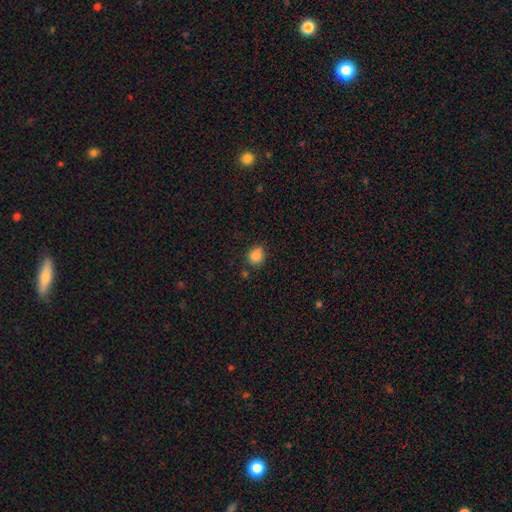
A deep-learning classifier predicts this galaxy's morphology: smooth_or_featured: smooth (p=0.85) [alt: star or artifact p=0.10]
how_rounded: round (p=0.67) [alt: in between p=0.32]
merging: none (p=0.76) [alt: minor disturbance p=0.16]